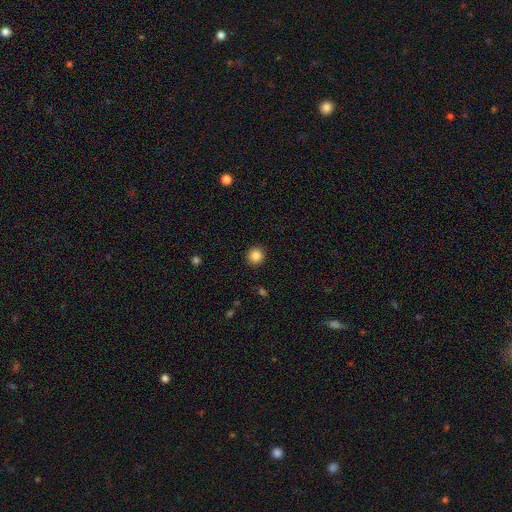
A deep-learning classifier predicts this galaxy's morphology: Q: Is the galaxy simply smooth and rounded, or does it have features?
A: smooth — 86%.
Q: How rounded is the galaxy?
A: round — 93%.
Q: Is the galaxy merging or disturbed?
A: none — 92%.